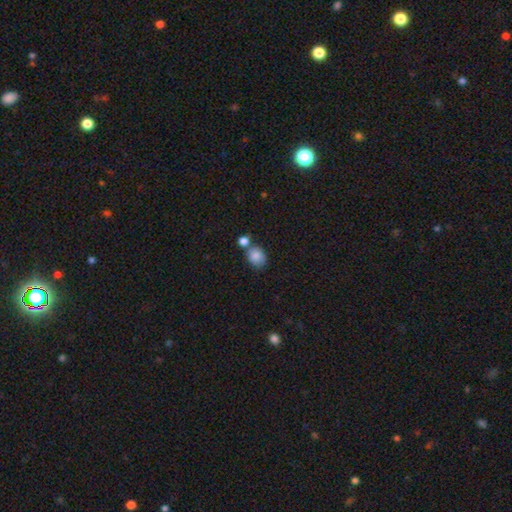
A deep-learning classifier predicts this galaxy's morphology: Smooth or featured? smooth (85%)
How rounded? round (53%)
Merging? none (51%)